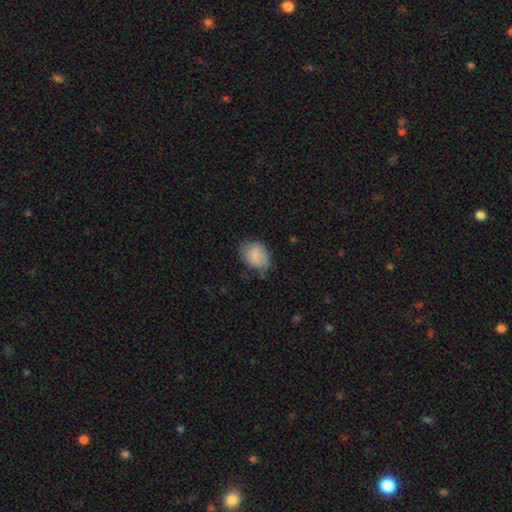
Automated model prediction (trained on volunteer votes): smooth-or-featured: smooth: 84% | featured or disk: 9% | star or artifact: 7%
  how-rounded: in between: 66% | round: 33% | cigar-shaped: 1%
  merging: none: 59% | minor disturbance: 32% | major disturbance: 8% | merger: 2%